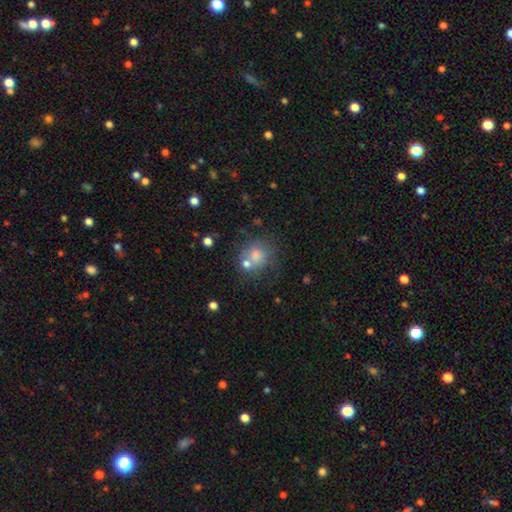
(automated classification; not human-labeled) smooth_or_featured: smooth (p=0.67) [alt: star or artifact p=0.18]
how_rounded: round (p=0.79) [alt: in between p=0.20]
merging: none (p=0.57) [alt: merger p=0.24]